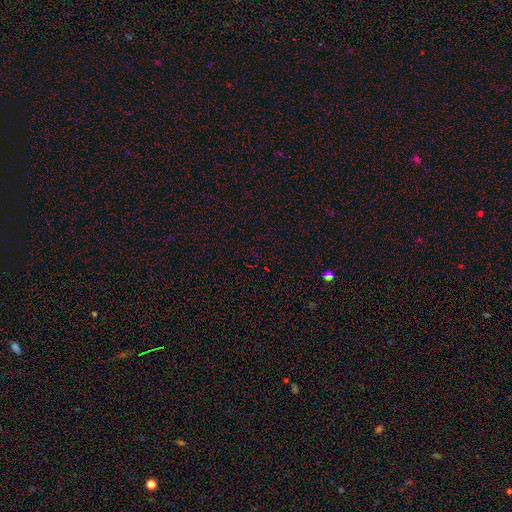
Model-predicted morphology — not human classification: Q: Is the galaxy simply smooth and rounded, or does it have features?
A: star or artifact — 74%.